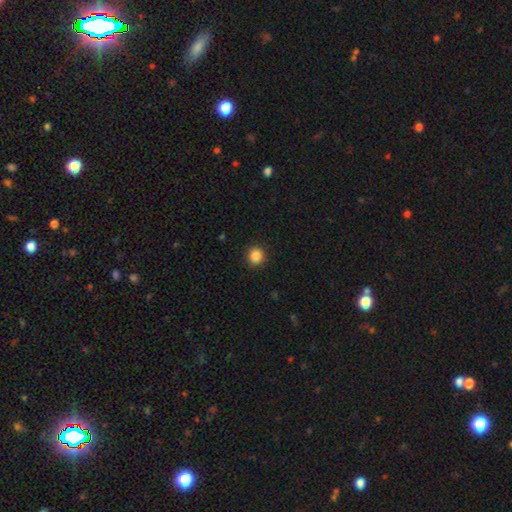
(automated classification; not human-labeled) The model was most divided on "smooth or featured": smooth: 87%, star or artifact: 10%, featured or disk: 3%. More confident: how rounded — round (91%); merging — none (90%).